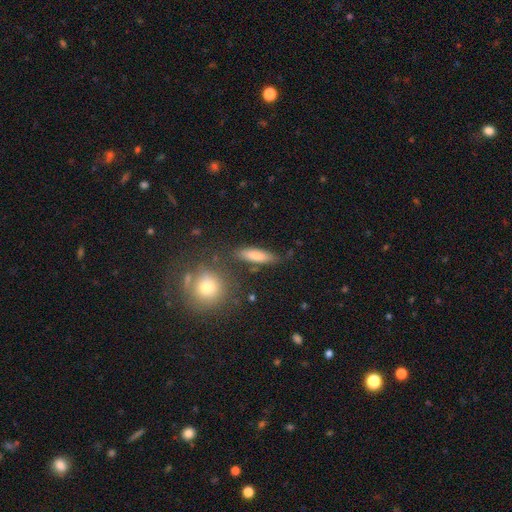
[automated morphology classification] Smooth or featured: smooth — 79% (featured or disk — 13%)
How rounded: cigar-shaped — 54% (in between — 43%)
Merging: none — 76% (minor disturbance — 14%)